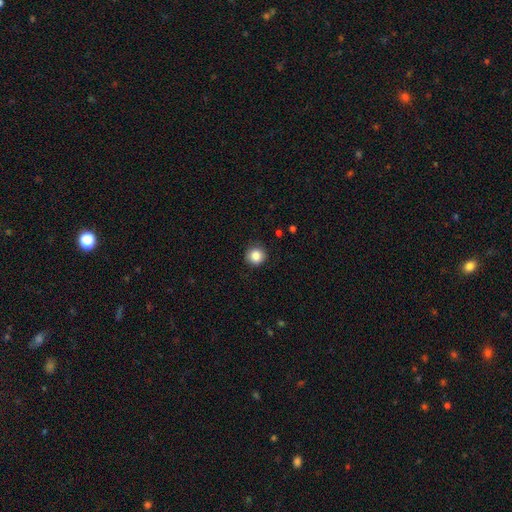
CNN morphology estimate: Smooth or featured?
  - smooth: 86% *
  - star or artifact: 10%
  - featured or disk: 4%
How rounded?
  - round: 93% *
  - in between: 6%
  - cigar-shaped: 1%
Merging?
  - none: 89% *
  - minor disturbance: 8%
  - major disturbance: 2%
  - merger: 1%